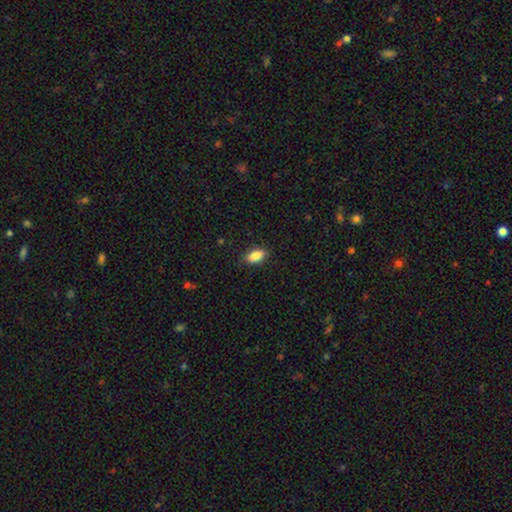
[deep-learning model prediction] A smooth galaxy with no disk features (87%) that is in between round and cigar-shaped (91%).

Vote fractions:
- Smooth or featured? smooth: 87% / star or artifact: 8% / featured or disk: 5%
- How rounded? in between: 91% / round: 5% / cigar-shaped: 4%
- Merging? none: 87% / minor disturbance: 10% / major disturbance: 2% / merger: 1%